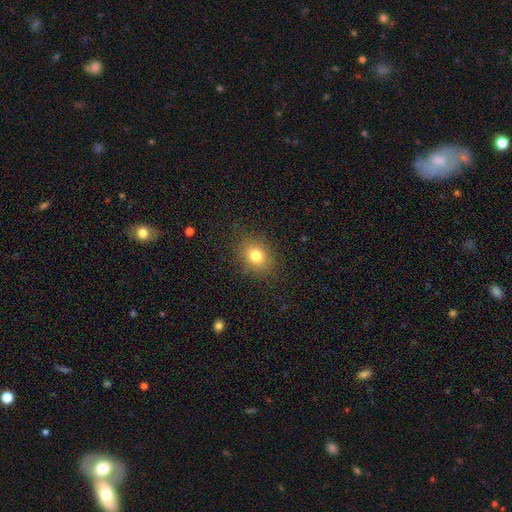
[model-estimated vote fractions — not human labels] A smooth galaxy with no disk features (77%) that is round (53%).

Vote fractions:
- Smooth or featured? smooth: 77% / star or artifact: 13% / featured or disk: 10%
- How rounded? round: 53% / in between: 46% / cigar-shaped: 1%
- Merging? none: 84% / minor disturbance: 11% / major disturbance: 4% / merger: 1%